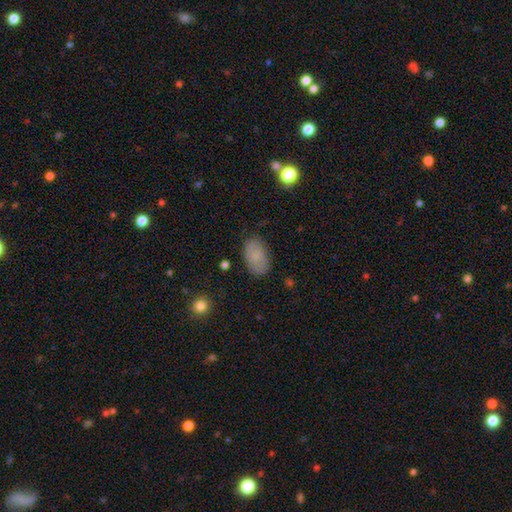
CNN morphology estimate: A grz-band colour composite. It shows a smooth galaxy with no disk features (78%) that is in between round and cigar-shaped (92%). Merging: none (81%).